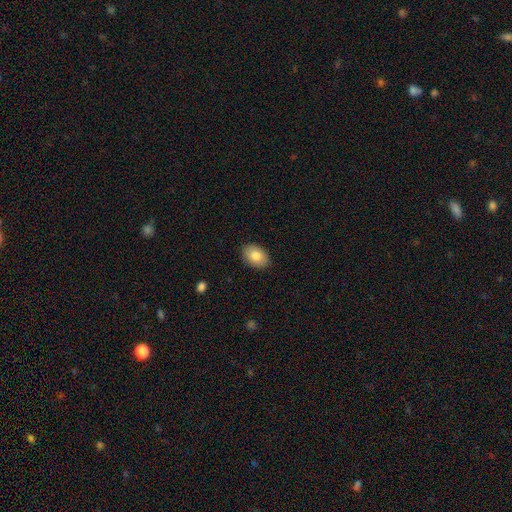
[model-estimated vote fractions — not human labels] smooth 83%, featured or disk 10%, star or artifact 7%. Down the decision tree: how rounded — in between (81%); merging — none (89%).